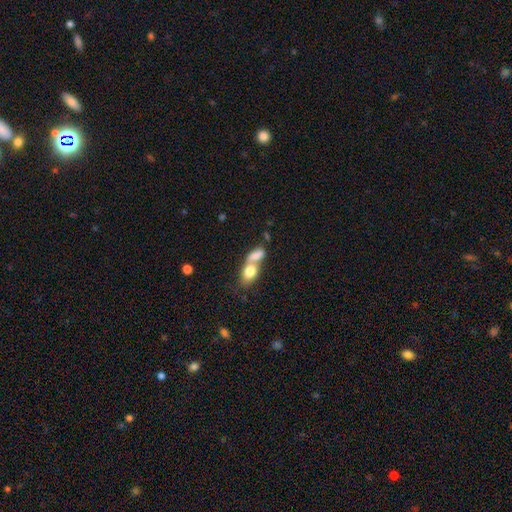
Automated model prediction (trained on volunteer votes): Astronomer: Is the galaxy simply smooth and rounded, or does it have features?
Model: smooth — 76%.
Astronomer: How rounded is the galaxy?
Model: in between — 75%.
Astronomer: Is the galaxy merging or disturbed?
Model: merger — 71%.